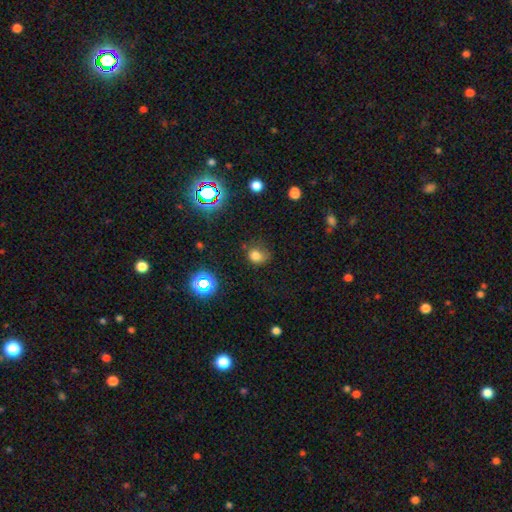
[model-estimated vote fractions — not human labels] The model was most divided on "how rounded": round: 63%, in between: 36%, cigar-shaped: 1%. More confident: smooth or featured — smooth (74%); merging — none (58%).